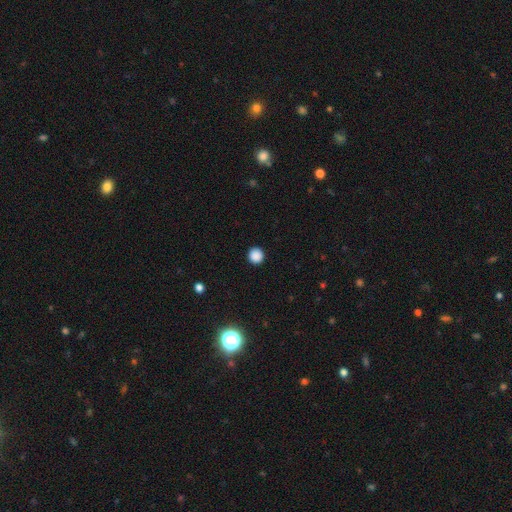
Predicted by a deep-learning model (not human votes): Smooth or featured? Predicted: smooth (p=0.87). How rounded? Predicted: round (p=0.93). Merging? Predicted: none (p=0.92).